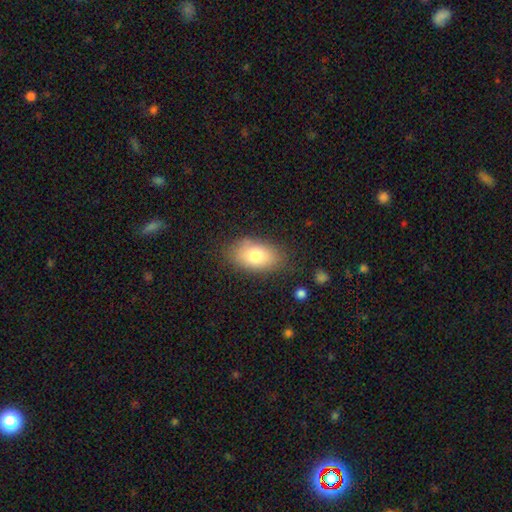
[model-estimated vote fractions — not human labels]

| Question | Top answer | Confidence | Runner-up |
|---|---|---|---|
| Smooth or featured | smooth | 77% | featured or disk (15%) |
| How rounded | in between | 90% | round (8%) |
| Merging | none | 78% | minor disturbance (16%) |